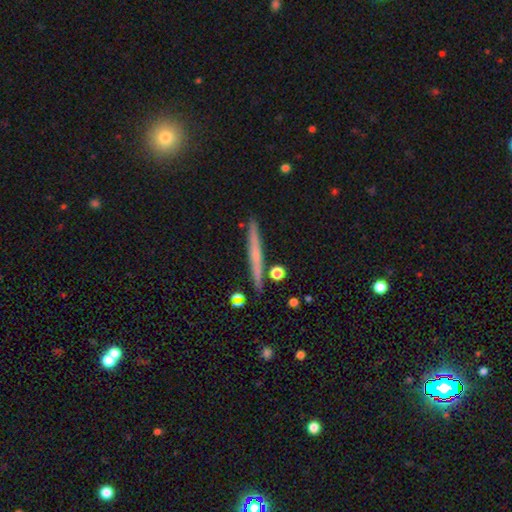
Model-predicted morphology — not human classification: smooth-or-featured: featured or disk: 52% | smooth: 41% | star or artifact: 7%
  disk-edge-on: yes: 97% | no: 3%
    edge-on-bulge: none: 68% | rounded: 26% | boxy: 6%
  merging: none: 88% | minor disturbance: 7% | merger: 3% | major disturbance: 2%